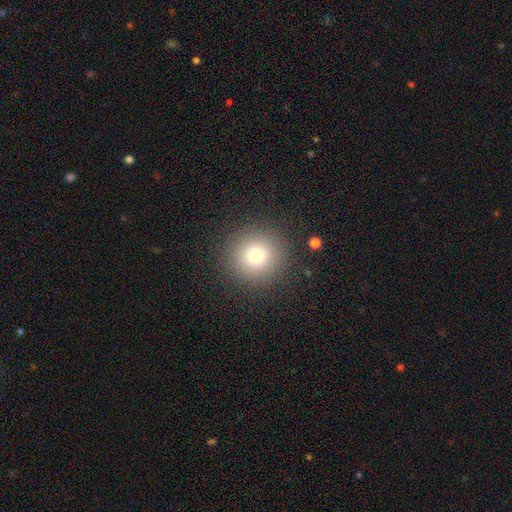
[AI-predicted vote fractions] Q: Smooth or featured?
A: smooth (76%); runner-up: star or artifact (14%)
Q: How rounded?
A: round (95%); runner-up: in between (4%)
Q: Merging?
A: none (90%); runner-up: minor disturbance (6%)